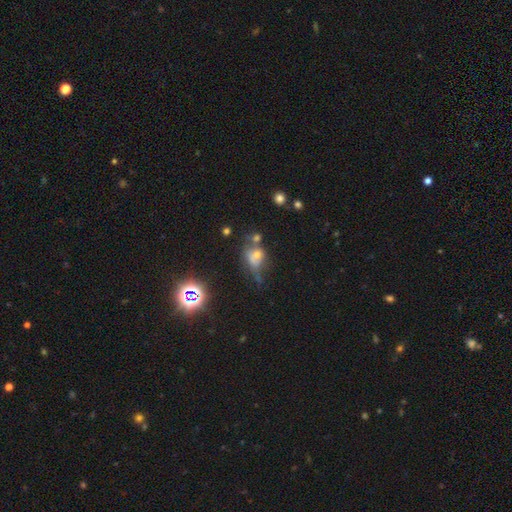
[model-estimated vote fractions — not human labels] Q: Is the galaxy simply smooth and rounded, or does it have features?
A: smooth — 44%.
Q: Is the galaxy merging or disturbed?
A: none — 32%.